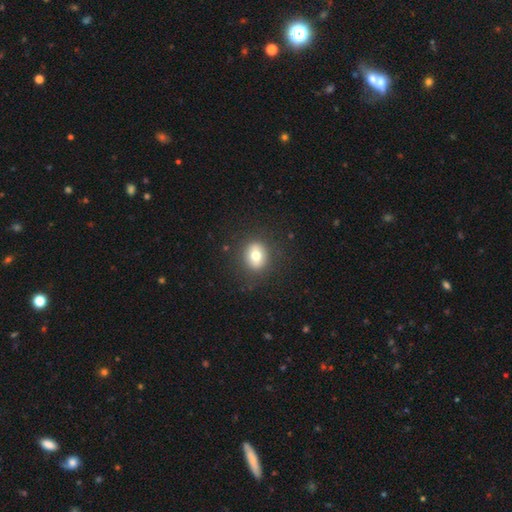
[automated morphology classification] This is likely a smooth galaxy (71%). How rounded: likely round (61%). Merging: clearly none (84%).